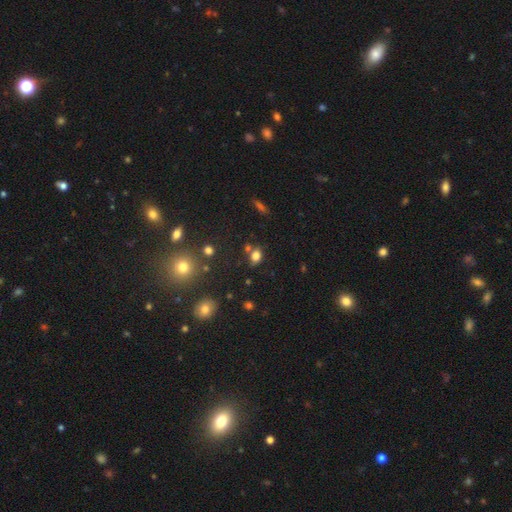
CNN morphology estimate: Q: Smooth or featured?
A: smooth (77%); runner-up: star or artifact (15%)
Q: How rounded?
A: in between (64%); runner-up: round (34%)
Q: Merging?
A: none (59%); runner-up: merger (18%)